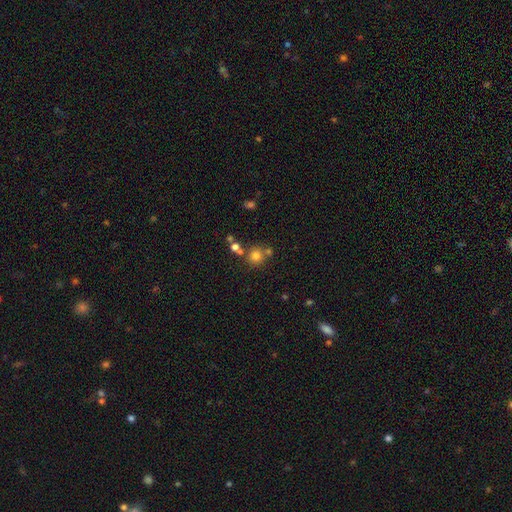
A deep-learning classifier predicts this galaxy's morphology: smooth-or-featured: smooth: 75% | star or artifact: 16% | featured or disk: 9%
  how-rounded: round: 90% | in between: 9% | cigar-shaped: 1%
  merging: none: 66% | merger: 22% | minor disturbance: 8% | major disturbance: 4%